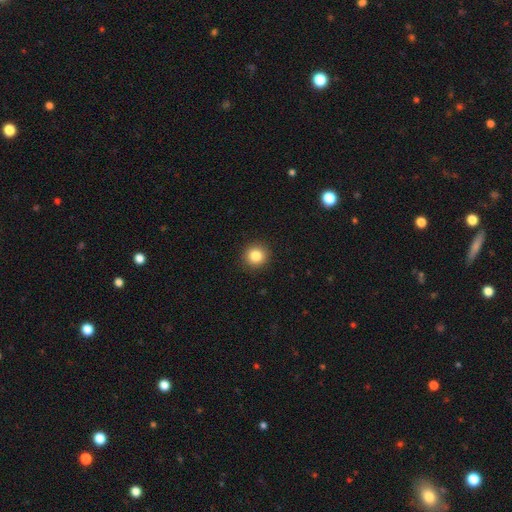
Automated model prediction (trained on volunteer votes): A smooth galaxy with no disk features (84%) that is round (92%).

Vote fractions:
- Smooth or featured? smooth: 84% / star or artifact: 10% / featured or disk: 5%
- How rounded? round: 92% / in between: 7% / cigar-shaped: 1%
- Merging? none: 92% / minor disturbance: 5% / major disturbance: 2% / merger: 1%